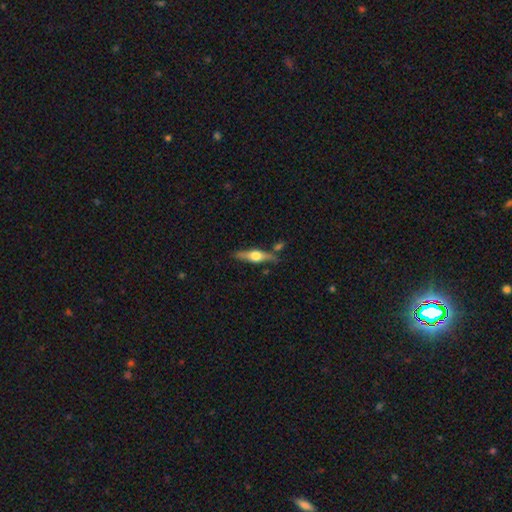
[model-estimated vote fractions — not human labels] Smooth or featured? Predicted: featured or disk (p=0.70). Edge-on disk? Predicted: yes (p=0.96). Edge-on bulge? Predicted: rounded (p=0.94). Merging? Predicted: none (p=0.79).